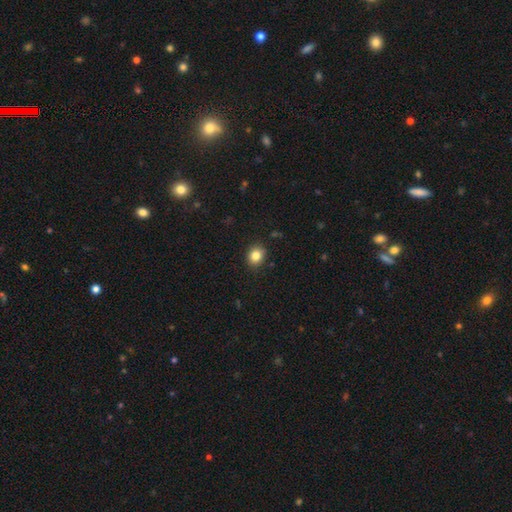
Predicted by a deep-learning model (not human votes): smooth_or_featured: smooth (p=0.83) [alt: star or artifact p=0.11]
how_rounded: round (p=0.65) [alt: in between p=0.34]
merging: none (p=0.89) [alt: minor disturbance p=0.08]